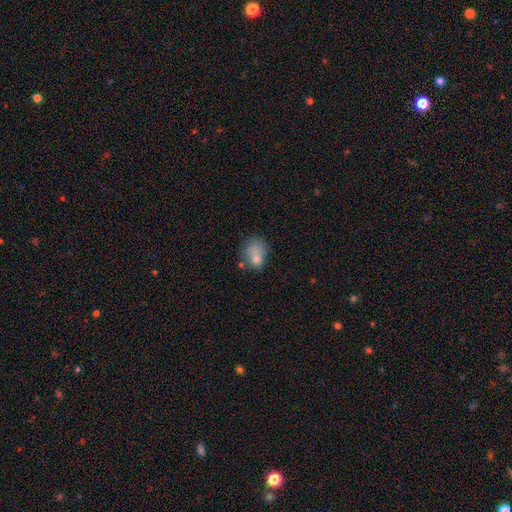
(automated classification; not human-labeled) A smooth galaxy with no disk features (71%) that is in between round and cigar-shaped (53%).

Vote fractions:
- Smooth or featured? smooth: 71% / featured or disk: 18% / star or artifact: 11%
- How rounded? in between: 53% / round: 46% / cigar-shaped: 1%
- Merging? none: 39% / minor disturbance: 24% / merger: 22% / major disturbance: 15%